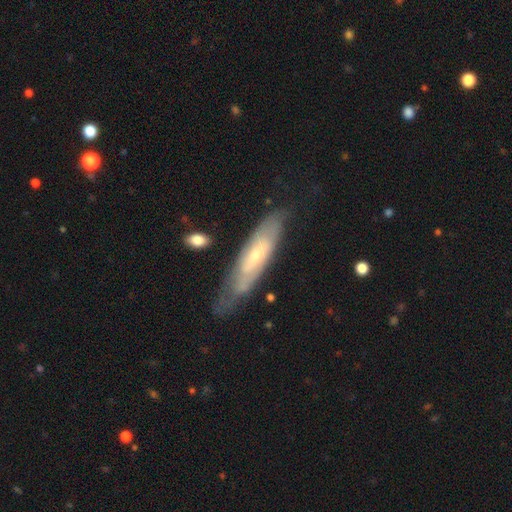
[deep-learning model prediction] Smooth or featured? Predicted: featured or disk (p=0.64). Edge-on disk? Predicted: no (p=0.65). Merging? Predicted: none (p=0.60).